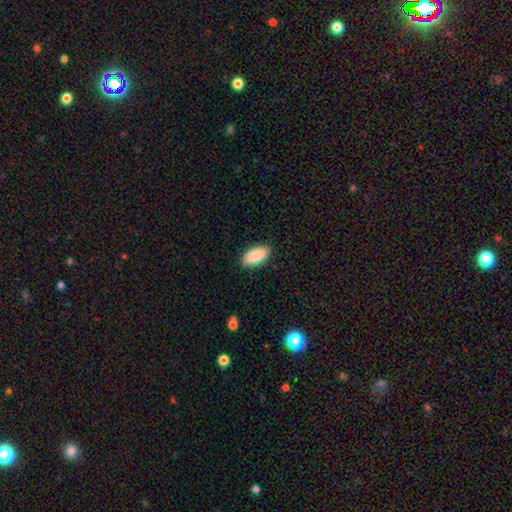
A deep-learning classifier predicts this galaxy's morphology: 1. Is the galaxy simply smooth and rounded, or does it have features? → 88% smooth, 6% featured or disk, 6% star or artifact.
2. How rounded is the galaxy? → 93% in between, 5% cigar-shaped, 2% round.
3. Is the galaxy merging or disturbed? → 87% none, 10% minor disturbance, 2% major disturbance, 1% merger.